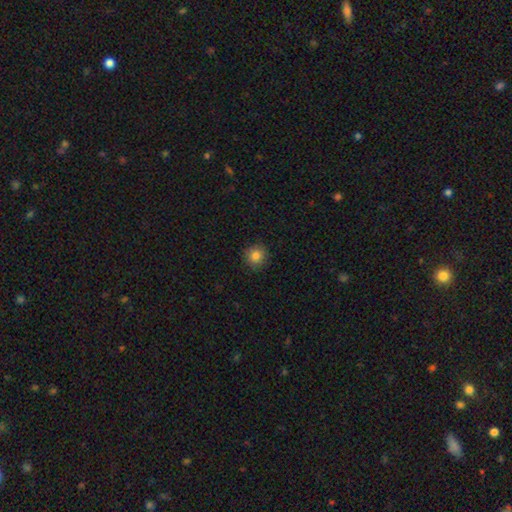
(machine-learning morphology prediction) Q: Smooth or featured?
A: smooth (84%); runner-up: star or artifact (11%)
Q: How rounded?
A: round (93%); runner-up: in between (6%)
Q: Merging?
A: none (90%); runner-up: minor disturbance (7%)